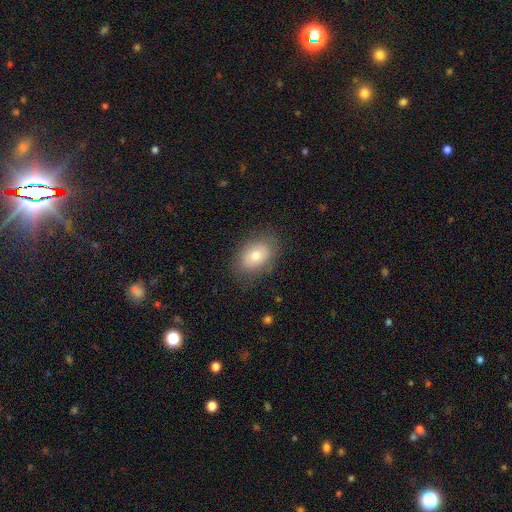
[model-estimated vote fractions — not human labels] smooth 76%, featured or disk 15%, star or artifact 9%. Down the decision tree: how rounded — in between (80%); merging — none (83%).